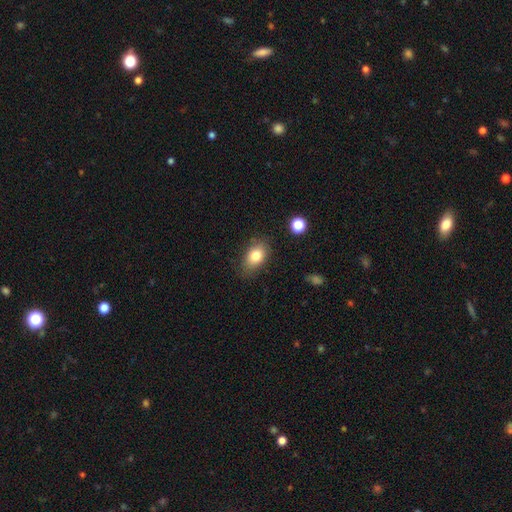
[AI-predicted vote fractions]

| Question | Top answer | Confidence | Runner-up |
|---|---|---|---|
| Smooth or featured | smooth | 81% | featured or disk (11%) |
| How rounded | in between | 84% | round (15%) |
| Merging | none | 78% | minor disturbance (16%) |